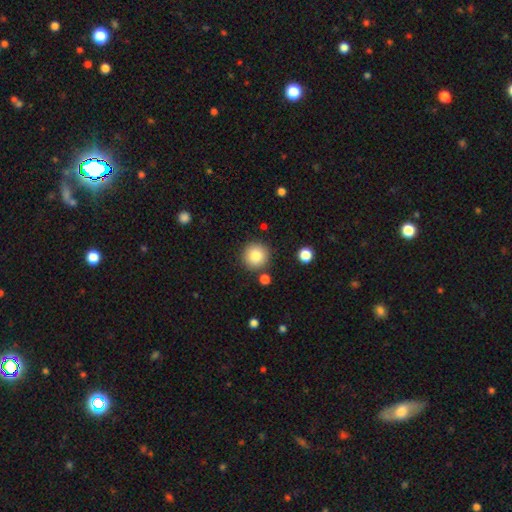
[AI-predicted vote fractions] The model was most divided on "smooth or featured": smooth: 84%, star or artifact: 9%, featured or disk: 7%. More confident: how rounded — round (95%); merging — none (87%).